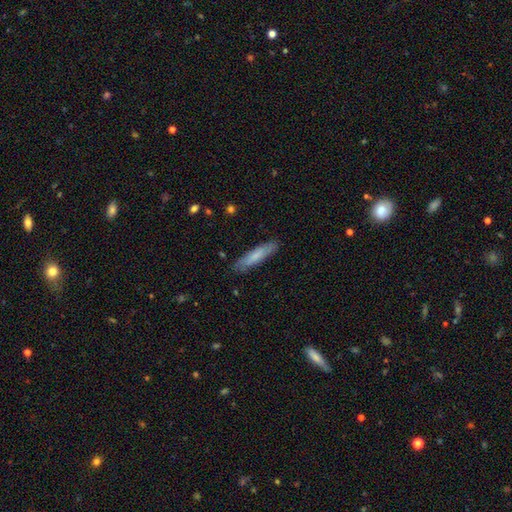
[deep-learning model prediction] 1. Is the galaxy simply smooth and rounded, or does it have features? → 73% smooth, 22% featured or disk, 6% star or artifact.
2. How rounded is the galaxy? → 82% cigar-shaped, 17% in between, 1% round.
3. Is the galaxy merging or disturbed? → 85% none, 11% minor disturbance, 2% major disturbance, 1% merger.